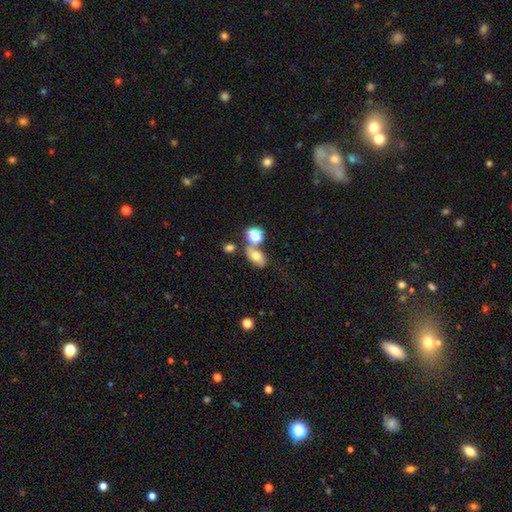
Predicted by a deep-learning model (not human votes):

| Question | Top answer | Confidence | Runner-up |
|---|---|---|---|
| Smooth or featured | smooth | 60% | featured or disk (27%) |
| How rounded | in between | 76% | round (19%) |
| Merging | none | 54% | merger (23%) |